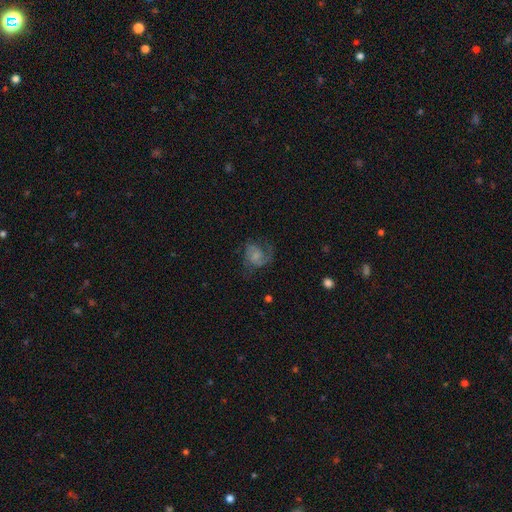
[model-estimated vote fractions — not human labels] Smooth or featured? featured or disk (70%)
Edge-on disk? no (98%)
Bar? no (63%)
Spiral arms? yes (93%)
Spiral winding? medium (48%)
Spiral arm count? 2 (67%)
Bulge size? small (40%)
Merging? none (54%)